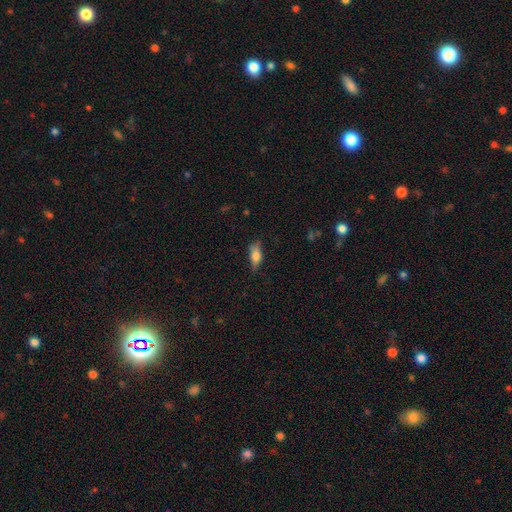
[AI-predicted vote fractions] Smooth or featured?
  - smooth: 67% *
  - featured or disk: 26%
  - star or artifact: 8%
How rounded?
  - in between: 67% *
  - cigar-shaped: 29%
  - round: 4%
Merging?
  - none: 72% *
  - minor disturbance: 21%
  - major disturbance: 5%
  - merger: 1%